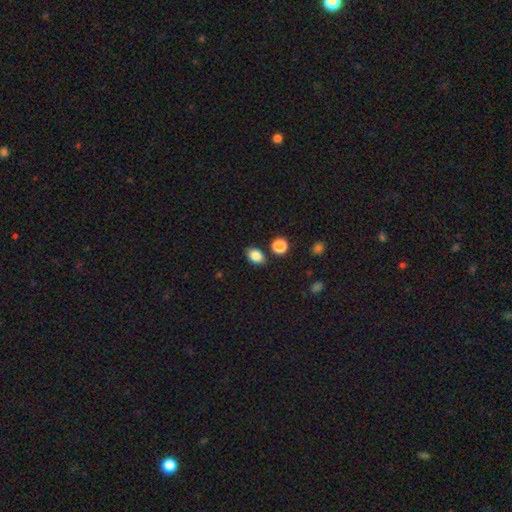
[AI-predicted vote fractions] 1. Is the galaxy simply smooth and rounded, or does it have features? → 86% smooth, 10% star or artifact, 5% featured or disk.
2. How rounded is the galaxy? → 78% in between, 21% round, 1% cigar-shaped.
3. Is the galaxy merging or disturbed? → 82% none, 11% minor disturbance, 5% merger, 3% major disturbance.